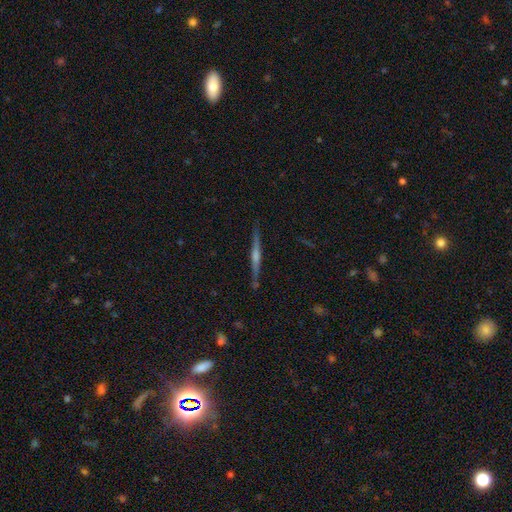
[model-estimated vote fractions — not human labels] This is likely a featured or disk galaxy (75%). It is clearly viewed edge-on (97%). Edge-on bulge: clearly rounded (82%). Merging: clearly none (89%).